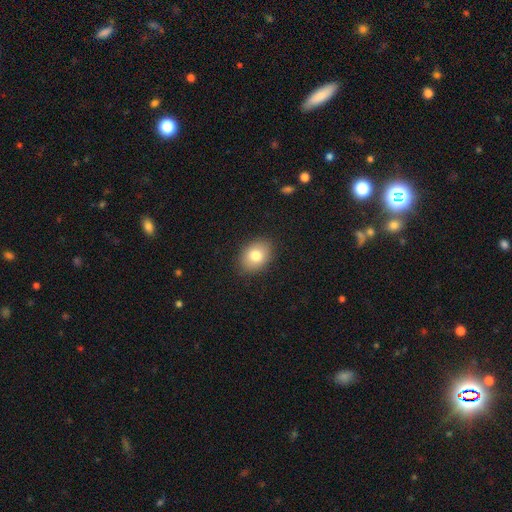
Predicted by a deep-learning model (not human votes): The model was most divided on "how rounded": in between: 67%, round: 32%, cigar-shaped: 1%. More confident: merging — none (87%); smooth or featured — smooth (79%).